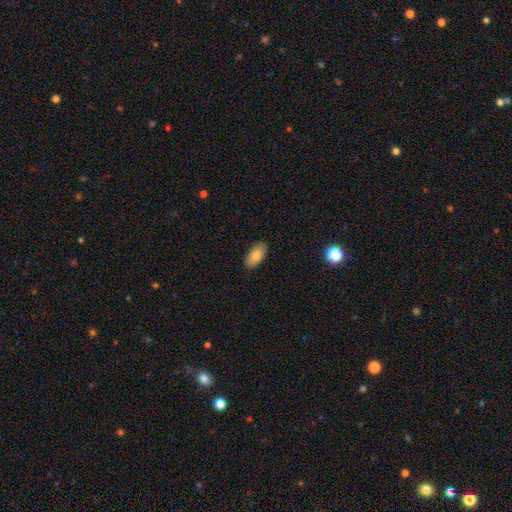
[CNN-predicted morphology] Smooth or featured? Predicted: smooth (p=0.82). How rounded? Predicted: in between (p=0.93). Merging? Predicted: none (p=0.88).